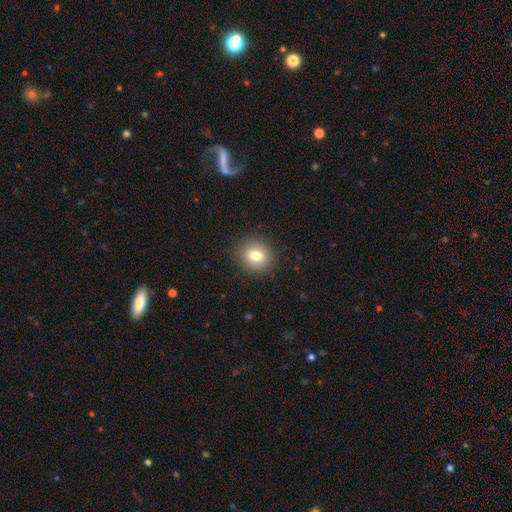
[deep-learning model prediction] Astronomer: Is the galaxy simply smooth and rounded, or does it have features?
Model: smooth — 79%.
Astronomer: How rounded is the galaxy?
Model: round — 76%.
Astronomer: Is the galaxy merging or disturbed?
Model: none — 89%.